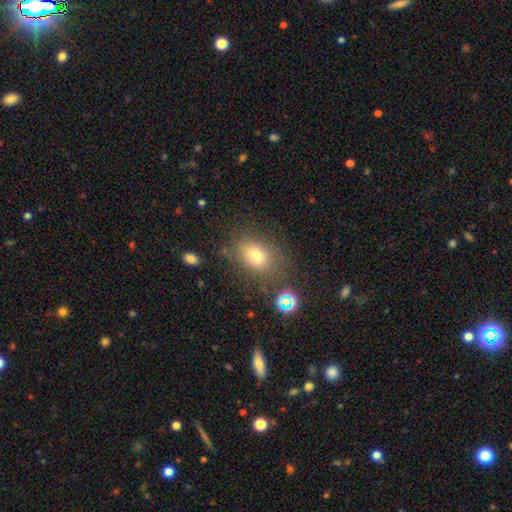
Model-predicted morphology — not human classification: Smooth or featured: smooth — 74% (star or artifact — 14%)
How rounded: in between — 72% (round — 27%)
Merging: none — 72% (minor disturbance — 16%)